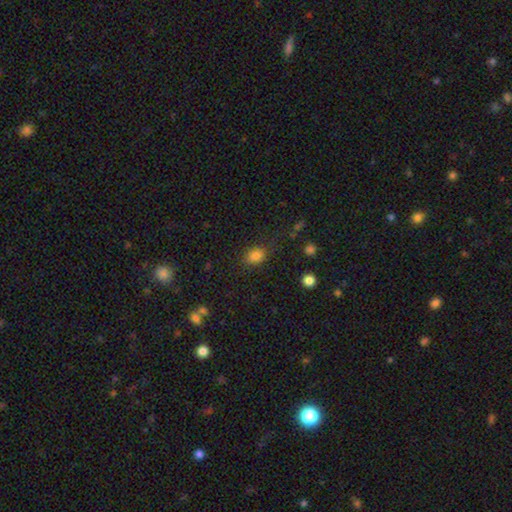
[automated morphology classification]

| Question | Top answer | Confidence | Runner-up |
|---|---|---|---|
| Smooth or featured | smooth | 82% | star or artifact (12%) |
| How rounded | in between | 69% | round (30%) |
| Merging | none | 80% | minor disturbance (14%) |